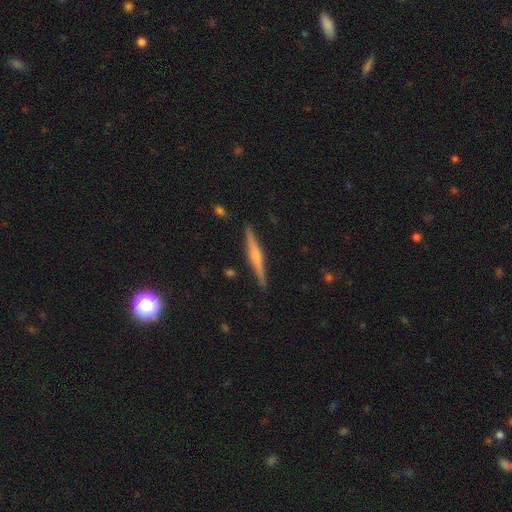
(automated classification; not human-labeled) Q: Smooth or featured?
A: featured or disk (67%); runner-up: smooth (27%)
Q: Edge-on disk?
A: yes (98%); runner-up: no (2%)
Q: Edge-on bulge?
A: rounded (70%); runner-up: boxy (16%)
Q: Merging?
A: none (90%); runner-up: minor disturbance (7%)